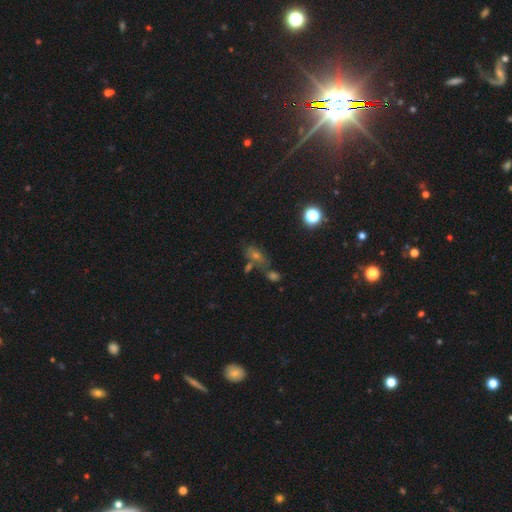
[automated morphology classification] Q: Smooth or featured?
A: smooth (41%); runner-up: star or artifact (37%)
Q: Merging?
A: none (50%); runner-up: merger (28%)